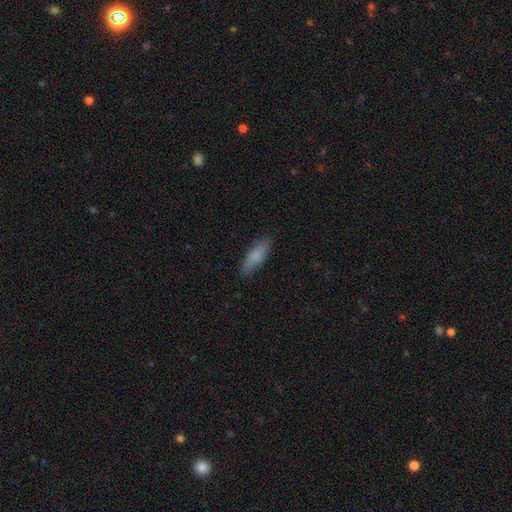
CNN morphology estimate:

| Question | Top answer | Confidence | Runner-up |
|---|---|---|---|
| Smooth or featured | smooth | 80% | featured or disk (14%) |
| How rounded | in between | 53% | cigar-shaped (45%) |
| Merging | none | 85% | minor disturbance (12%) |